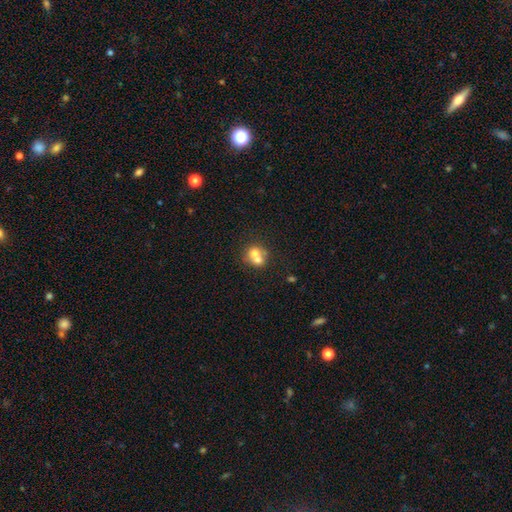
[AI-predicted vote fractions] Smooth or featured: smooth — 64% (featured or disk — 25%)
How rounded: round — 76% (in between — 24%)
Merging: merger — 62% (none — 29%)